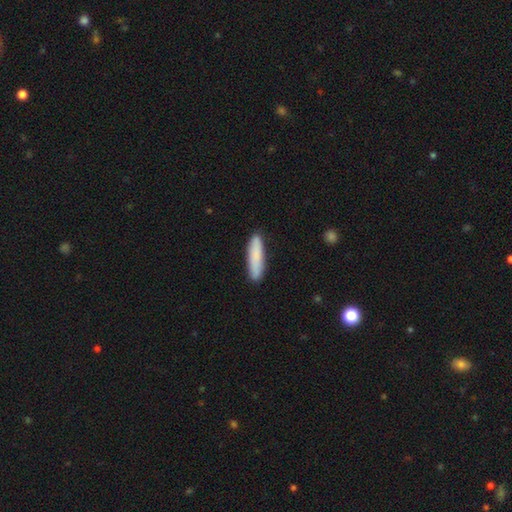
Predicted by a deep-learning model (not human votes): Smooth or featured? Predicted: smooth (p=0.85). How rounded? Predicted: cigar-shaped (p=0.80). Merging? Predicted: none (p=0.88).